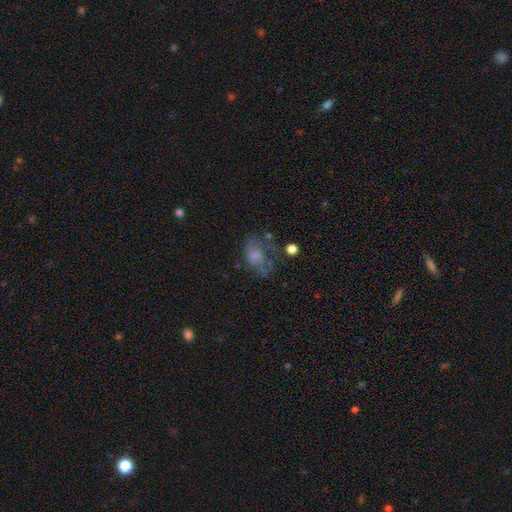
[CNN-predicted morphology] Smooth or featured? smooth (55%)
How rounded? in between (74%)
Merging? major disturbance (37%)